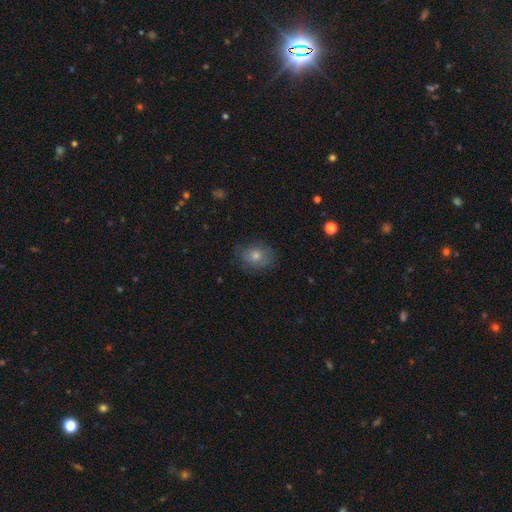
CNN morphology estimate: Q: Smooth or featured?
A: smooth (59%); runner-up: featured or disk (25%)
Q: How rounded?
A: in between (50%); runner-up: round (49%)
Q: Merging?
A: none (78%); runner-up: minor disturbance (16%)